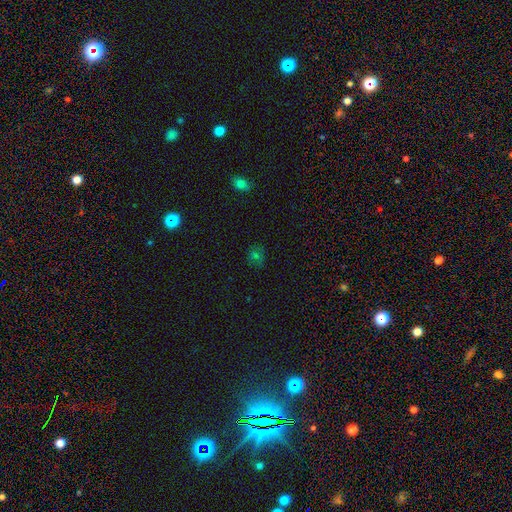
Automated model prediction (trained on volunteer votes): Smooth or featured?
  - smooth: 48% *
  - star or artifact: 38%
  - featured or disk: 13%
Merging?
  - none: 76% *
  - minor disturbance: 15%
  - major disturbance: 6%
  - merger: 3%